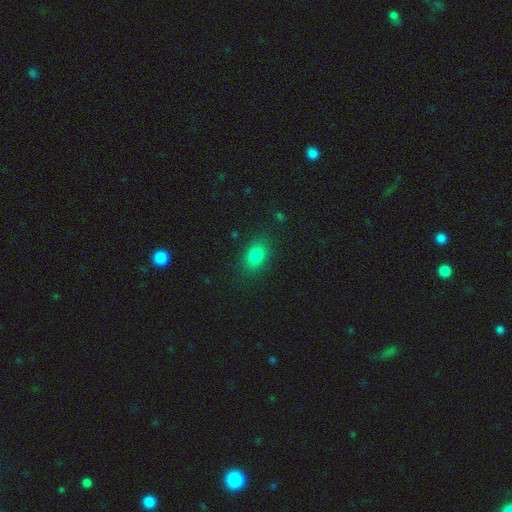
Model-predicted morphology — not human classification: This is clearly a smooth galaxy (82%). How rounded: likely in between (76%). Merging: clearly none (84%).